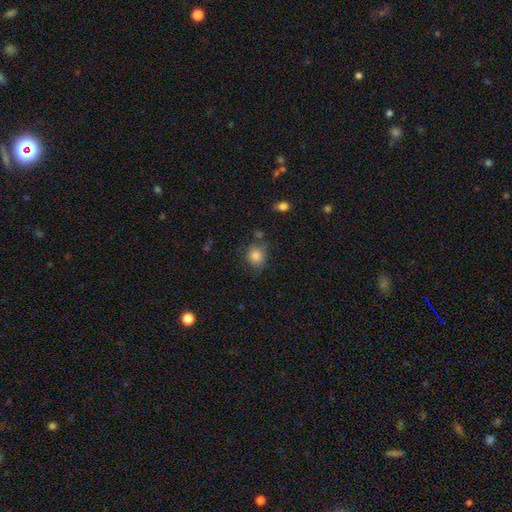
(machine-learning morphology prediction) Overall: smooth (84%). How rounded: round (75%). Merging: none (74%).